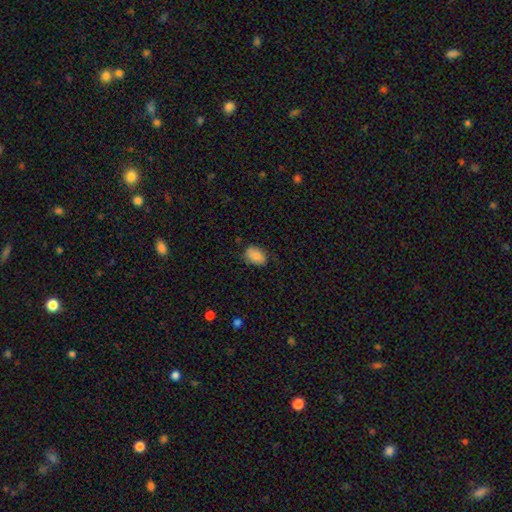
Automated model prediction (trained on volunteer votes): A smooth galaxy with no disk features (85%) that is in between round and cigar-shaped (86%).

Vote fractions:
- Smooth or featured? smooth: 85% / featured or disk: 8% / star or artifact: 7%
- How rounded? in between: 86% / round: 13% / cigar-shaped: 1%
- Merging? none: 69% / minor disturbance: 24% / major disturbance: 5% / merger: 1%